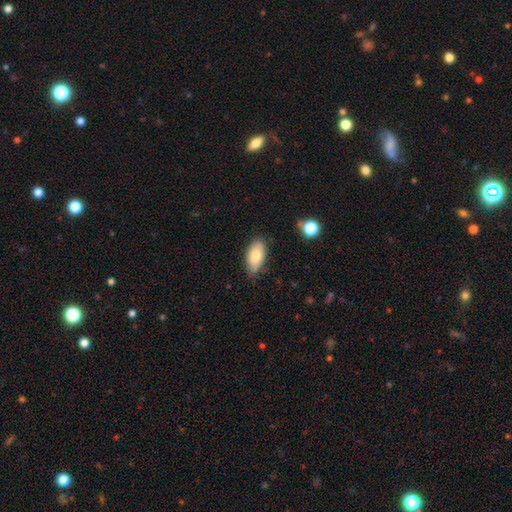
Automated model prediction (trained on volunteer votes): The model was most divided on "merging": none: 75%, minor disturbance: 21%, major disturbance: 3%, merger: 2%. More confident: how rounded — in between (92%); smooth or featured — smooth (81%).